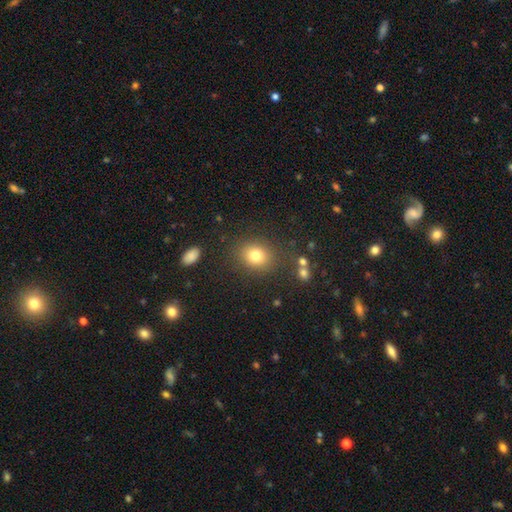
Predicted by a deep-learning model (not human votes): Smooth or featured? smooth (80%)
How rounded? round (60%)
Merging? none (82%)